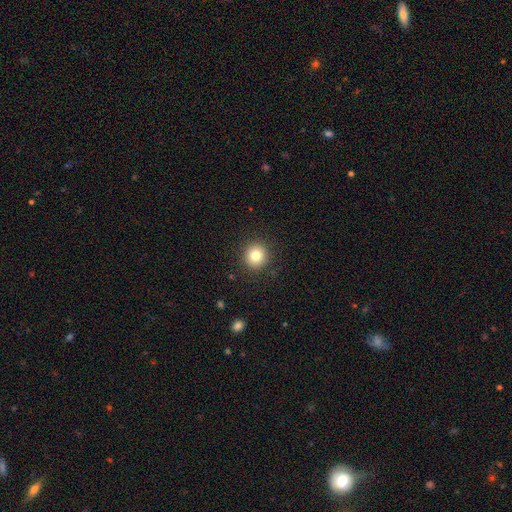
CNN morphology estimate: smooth_or_featured: smooth (p=0.81) [alt: star or artifact p=0.11]
how_rounded: round (p=0.92) [alt: in between p=0.07]
merging: none (p=0.91) [alt: minor disturbance p=0.06]